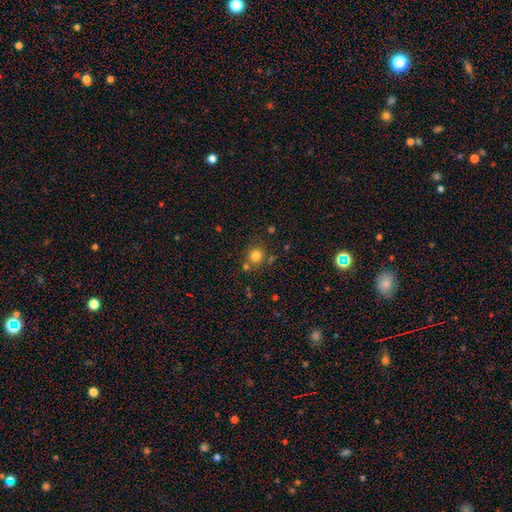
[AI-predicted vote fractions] Morphology: type=smooth (79%); roundness=round (89%); merging=none (72%).